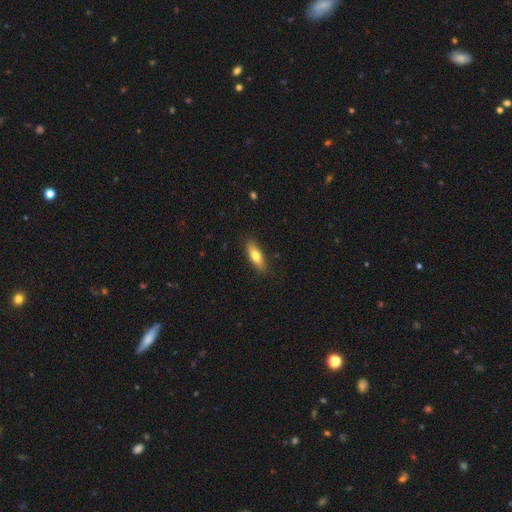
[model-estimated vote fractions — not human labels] smooth_or_featured: smooth (p=0.70) [alt: featured or disk p=0.24]
how_rounded: in between (p=0.53) [alt: cigar-shaped p=0.44]
merging: none (p=0.86) [alt: minor disturbance p=0.10]